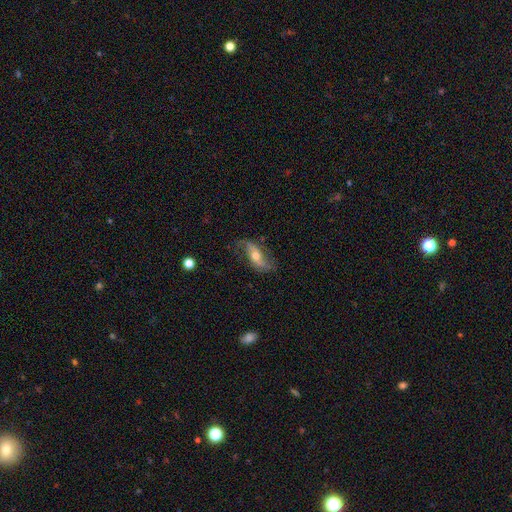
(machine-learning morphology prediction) This appears to be a featured or disk galaxy (70%) with no bar (45%), 2 (89%) loose (73%) spiral arms (89%) and a moderate central bulge (64%). Merging: none (69%).